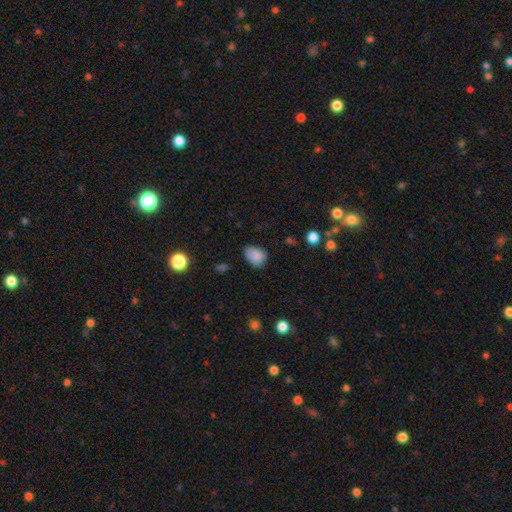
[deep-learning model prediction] A smooth galaxy with no disk features (85%) that is in between round and cigar-shaped (73%). Merging: none (68%).